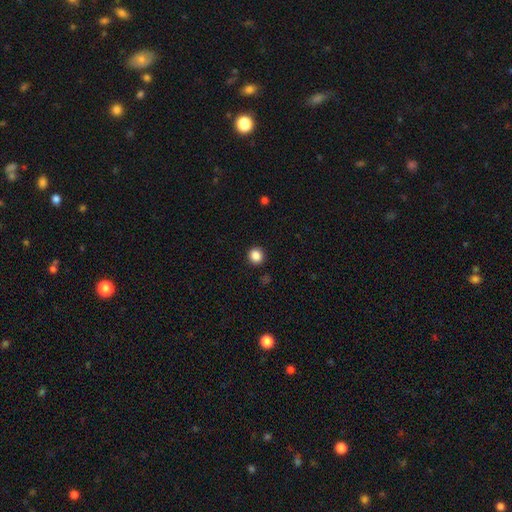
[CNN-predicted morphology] smooth_or_featured: smooth (p=0.86) [alt: star or artifact p=0.11]
how_rounded: round (p=0.89) [alt: in between p=0.10]
merging: none (p=0.92) [alt: minor disturbance p=0.05]